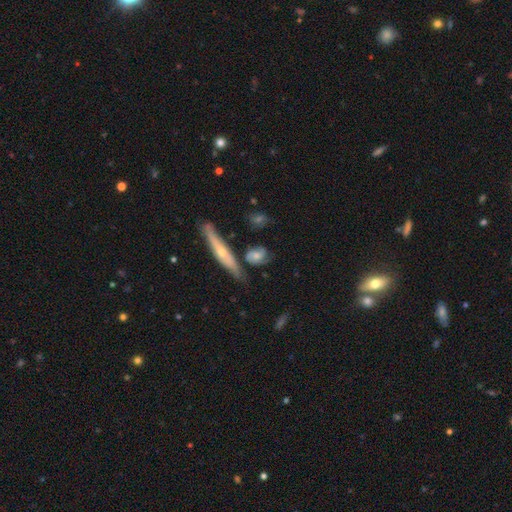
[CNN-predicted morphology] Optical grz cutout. It shows a featured or disk galaxy (54%). Merging: none (54%).